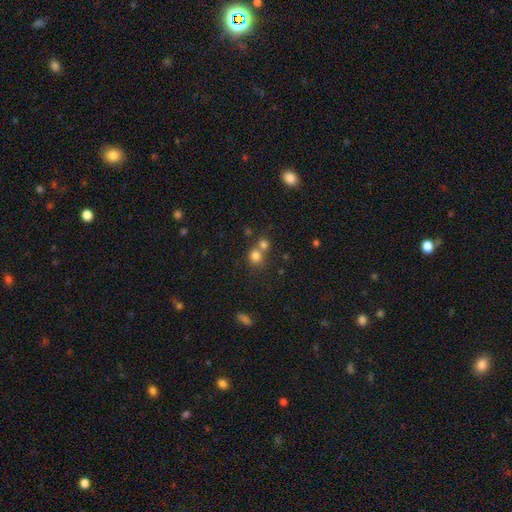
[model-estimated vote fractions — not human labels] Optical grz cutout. It shows a smooth galaxy with no disk features (77%) that is round (82%). Merging: none (48%).